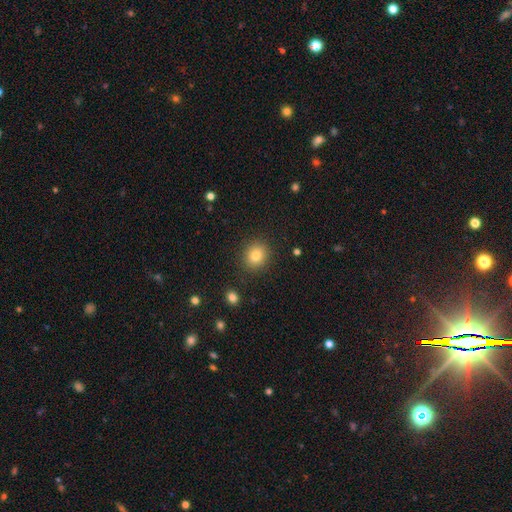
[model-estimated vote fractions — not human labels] Smooth or featured? Predicted: smooth (p=0.82). How rounded? Predicted: round (p=0.79). Merging? Predicted: none (p=0.89).